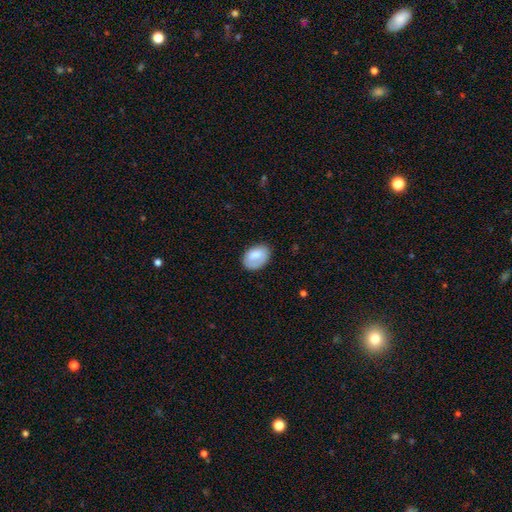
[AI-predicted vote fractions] Overall: smooth (78%). How rounded: in between (84%). Merging: none (71%).